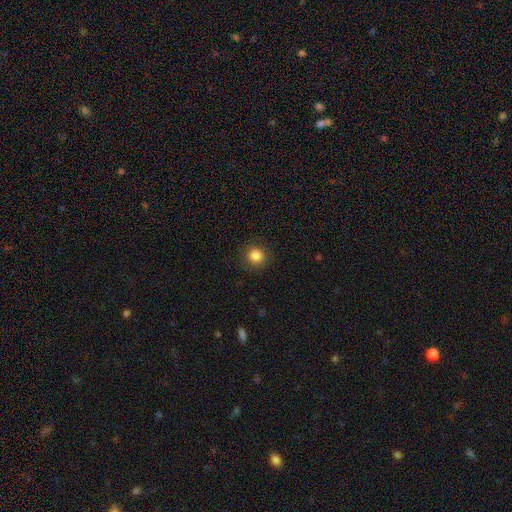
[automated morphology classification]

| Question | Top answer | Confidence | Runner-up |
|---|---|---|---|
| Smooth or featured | smooth | 85% | star or artifact (11%) |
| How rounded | round | 92% | in between (7%) |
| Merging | none | 90% | minor disturbance (6%) |